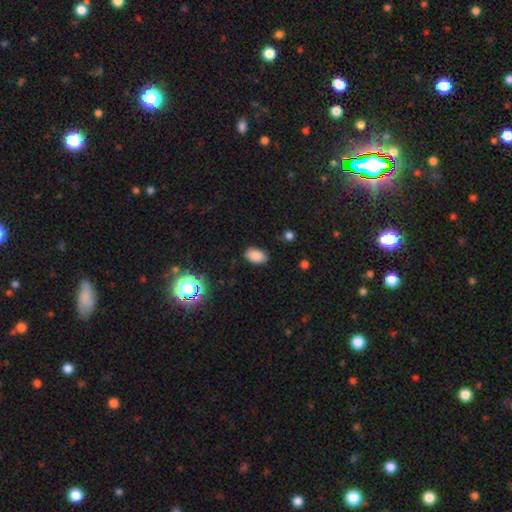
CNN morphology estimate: Overall: smooth (84%). How rounded: in between (91%). Merging: none (85%).